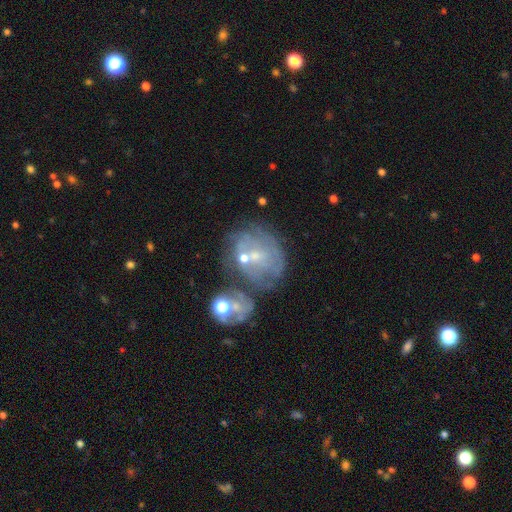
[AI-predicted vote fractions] A featured or disk galaxy (63%) with no bar (60%), spiral arms (57%) and a small central bulge (63%). Merging: none (37%).